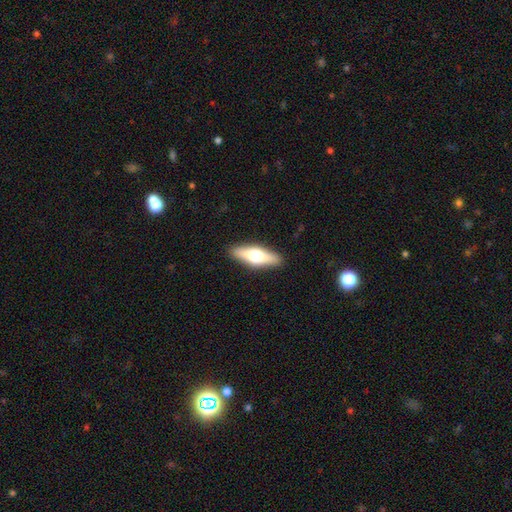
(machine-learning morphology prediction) Overall: smooth (53%; featured or disk 42%). How rounded: in between (54%; cigar-shaped 43%). Merging: none (89%).